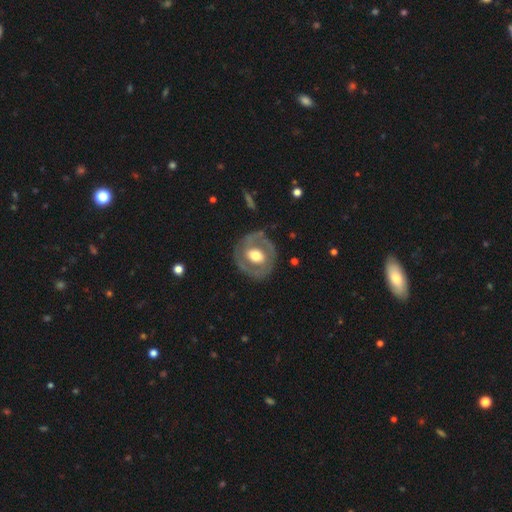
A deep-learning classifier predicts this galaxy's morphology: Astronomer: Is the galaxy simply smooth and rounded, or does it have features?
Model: featured or disk — 61%.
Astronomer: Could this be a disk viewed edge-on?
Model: no — 96%.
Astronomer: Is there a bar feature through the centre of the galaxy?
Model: no — 57%.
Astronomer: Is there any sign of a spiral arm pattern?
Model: no — 68%.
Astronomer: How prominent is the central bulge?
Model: moderate — 58% (runner-up: large, 33%).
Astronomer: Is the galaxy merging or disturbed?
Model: none — 79%.